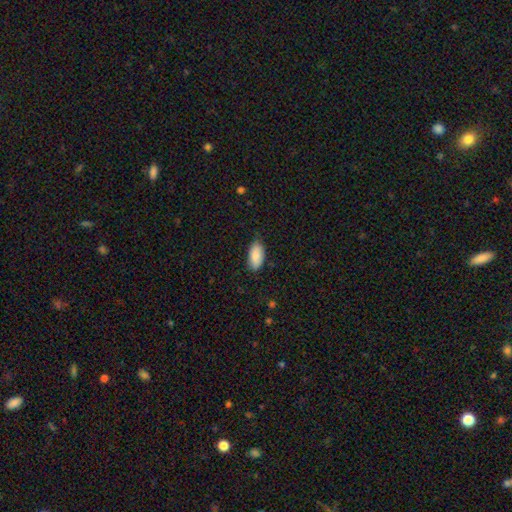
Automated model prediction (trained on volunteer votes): This is clearly a smooth galaxy (86%). How rounded: clearly in between (93%). Merging: likely none (79%).